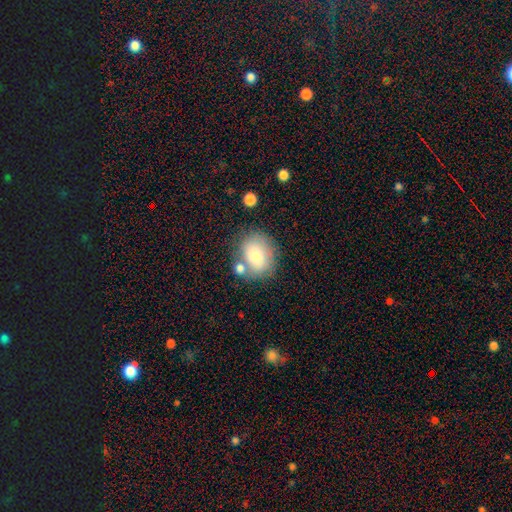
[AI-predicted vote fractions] This is likely a smooth galaxy (78%). How rounded: possibly round (54%). Merging: likely none (61%).